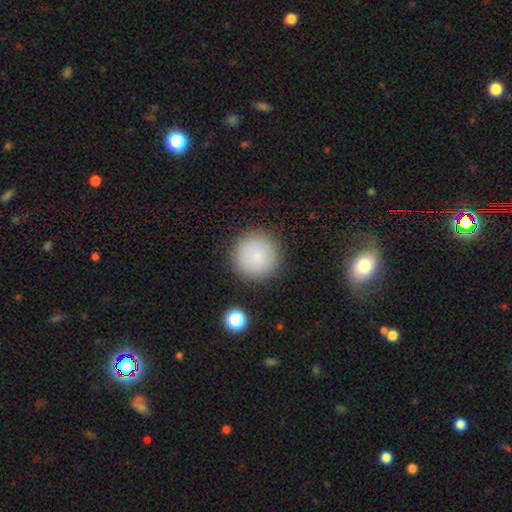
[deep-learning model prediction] A smooth galaxy with no disk features (84%) that is round (96%).

Vote fractions:
- Smooth or featured? smooth: 84% / star or artifact: 8% / featured or disk: 7%
- How rounded? round: 96% / in between: 3% / cigar-shaped: 1%
- Merging? none: 89% / minor disturbance: 7% / major disturbance: 2% / merger: 2%